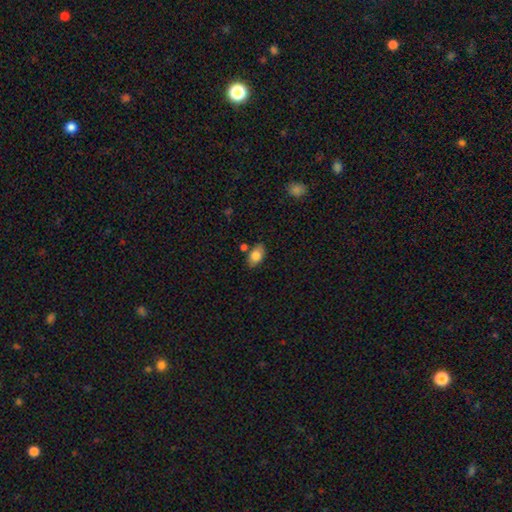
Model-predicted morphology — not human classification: Smooth or featured?
  - smooth: 80% *
  - featured or disk: 13%
  - star or artifact: 7%
How rounded?
  - in between: 90% *
  - round: 8%
  - cigar-shaped: 2%
Merging?
  - none: 76% *
  - minor disturbance: 14%
  - merger: 7%
  - major disturbance: 3%